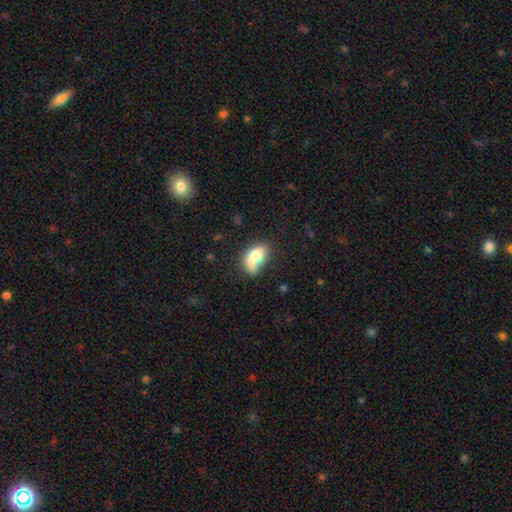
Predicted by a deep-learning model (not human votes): smooth 71%, featured or disk 22%, star or artifact 7%. Down the decision tree: how rounded — in between (88%); merging — none (37%).